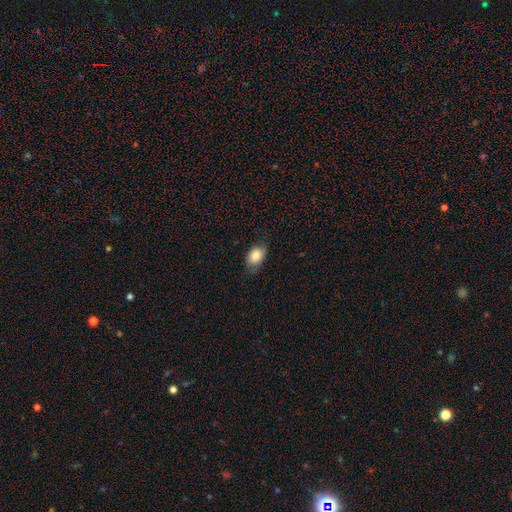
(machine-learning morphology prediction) A smooth galaxy with no disk features (84%) that is in between round and cigar-shaped (81%).

Vote fractions:
- Smooth or featured? smooth: 84% / featured or disk: 9% / star or artifact: 7%
- How rounded? in between: 81% / round: 18% / cigar-shaped: 1%
- Merging? none: 71% / minor disturbance: 23% / major disturbance: 6% / merger: 1%